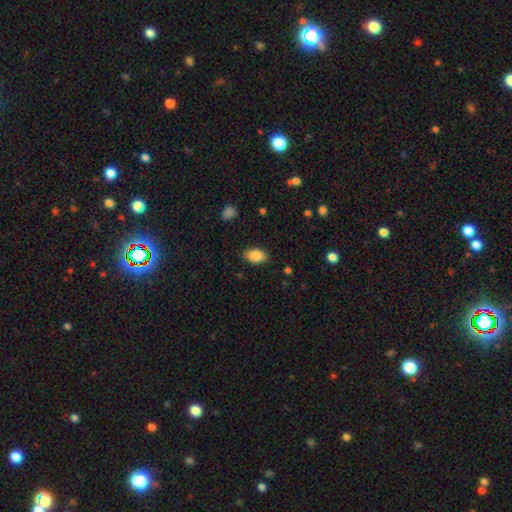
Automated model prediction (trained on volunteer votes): smooth-or-featured: smooth: 87% | star or artifact: 7% | featured or disk: 5%
  how-rounded: in between: 89% | round: 10% | cigar-shaped: 1%
  merging: none: 85% | minor disturbance: 11% | major disturbance: 3% | merger: 1%